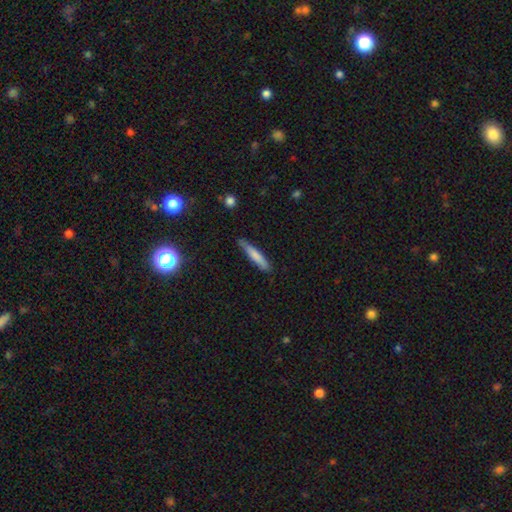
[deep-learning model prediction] smooth-or-featured: smooth: 73% | featured or disk: 21% | star or artifact: 6%
  how-rounded: cigar-shaped: 91% | in between: 8% | round: 1%
  merging: none: 76% | minor disturbance: 19% | major disturbance: 3% | merger: 2%